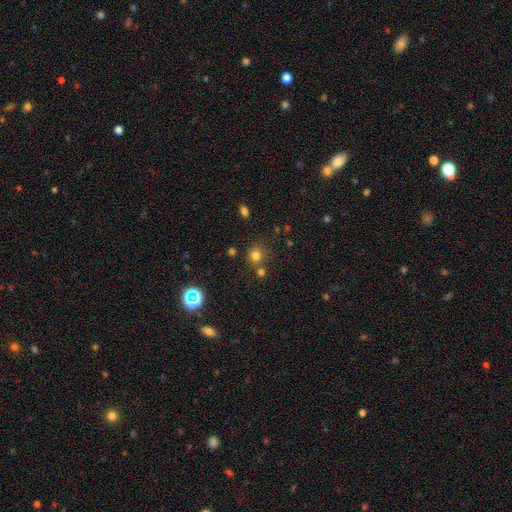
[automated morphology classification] smooth_or_featured: smooth (p=0.74) [alt: star or artifact p=0.19]
how_rounded: round (p=0.87) [alt: in between p=0.12]
merging: none (p=0.70) [alt: merger p=0.16]